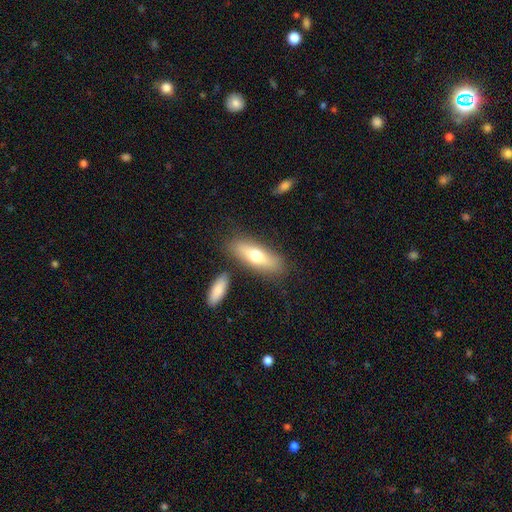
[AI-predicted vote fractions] A smooth galaxy with no disk features (65%) that is in between round and cigar-shaped (55%).

Vote fractions:
- Smooth or featured? smooth: 65% / featured or disk: 29% / star or artifact: 6%
- How rounded? in between: 55% / cigar-shaped: 42% / round: 3%
- Merging? none: 78% / minor disturbance: 11% / merger: 7% / major disturbance: 3%